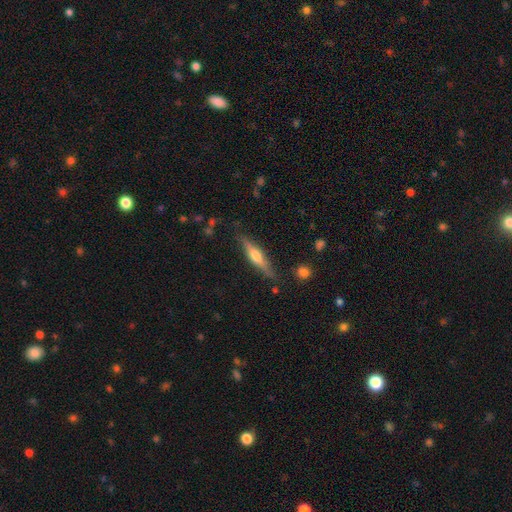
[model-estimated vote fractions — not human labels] Smooth or featured?
  - featured or disk: 55% *
  - smooth: 39%
  - star or artifact: 6%
Edge-on disk?
  - yes: 94% *
  - no: 6%
Edge-on bulge?
  - rounded: 84% *
  - boxy: 9%
  - none: 7%
Merging?
  - none: 81% *
  - minor disturbance: 14%
  - major disturbance: 3%
  - merger: 2%